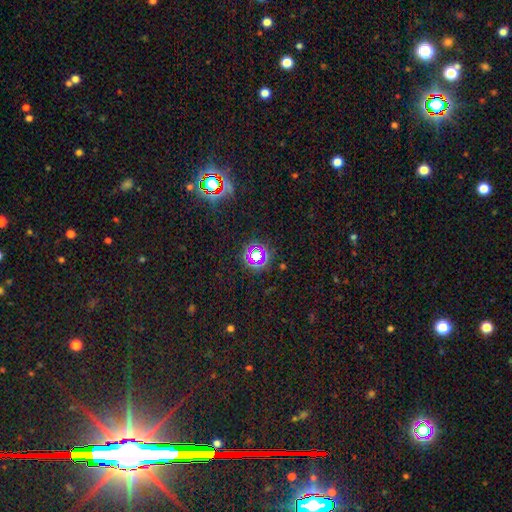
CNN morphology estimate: smooth_or_featured: star or artifact (p=0.68) [alt: smooth p=0.21]